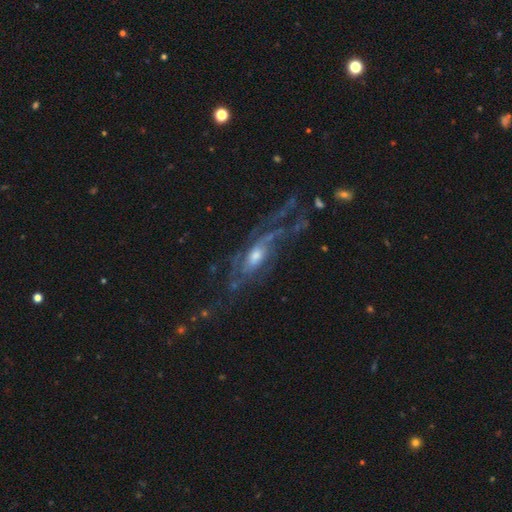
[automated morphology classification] This appears to be a featured or disk galaxy (83%) with no bar (61%), can't tell (31%, tied with 2) medium (40%) spiral arms (89%) and a moderate central bulge (58%). Merging: none (48%).